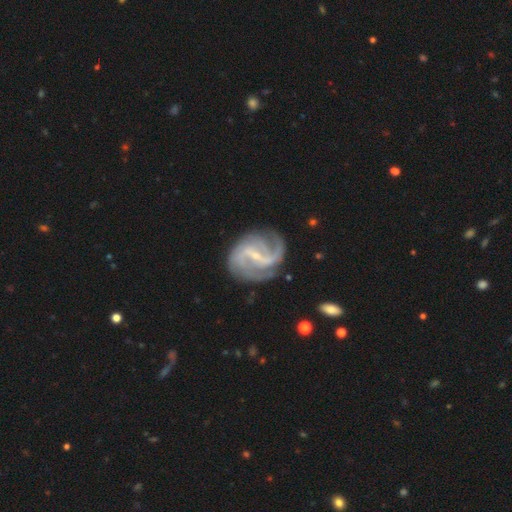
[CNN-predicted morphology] Smooth or featured? featured or disk (90%)
Edge-on disk? no (98%)
Bar? strong (43%)
Spiral arms? yes (97%)
Spiral winding? medium (49%)
Spiral arm count? 2 (57%)
Bulge size? small (79%)
Merging? none (71%)